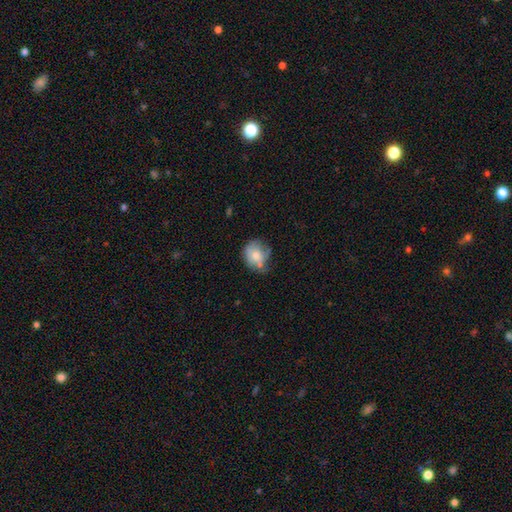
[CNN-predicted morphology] Smooth or featured?
  - smooth: 67% *
  - featured or disk: 25%
  - star or artifact: 8%
How rounded?
  - round: 65% *
  - in between: 34%
  - cigar-shaped: 1%
Merging?
  - none: 44% *
  - minor disturbance: 33%
  - major disturbance: 13%
  - merger: 10%